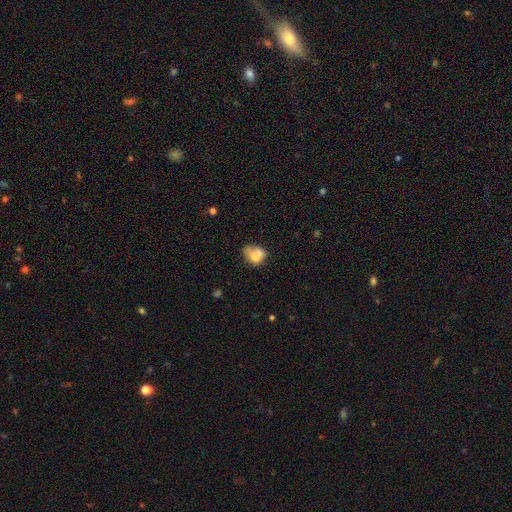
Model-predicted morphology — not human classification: type=smooth (64%); roundness=in between (54%); merging=merger (51%).